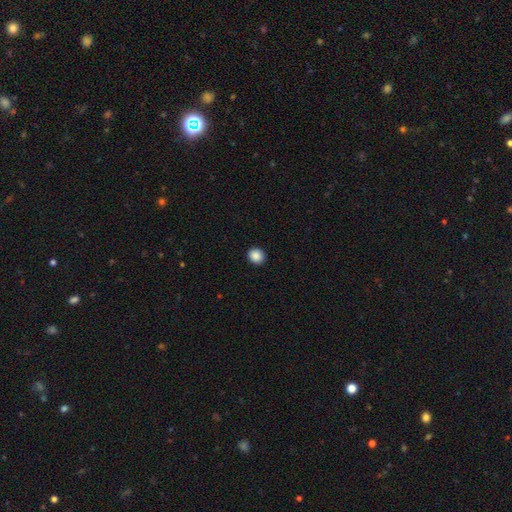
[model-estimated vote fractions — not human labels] Smooth or featured? smooth (89%)
How rounded? round (79%)
Merging? none (93%)